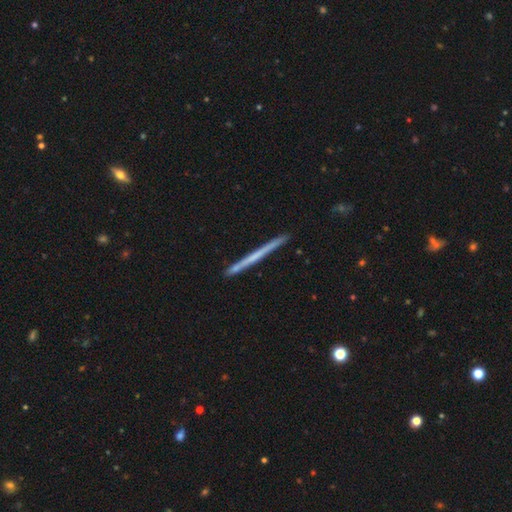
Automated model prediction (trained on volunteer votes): A featured or disk galaxy (51%) viewed edge-on (98%). Merging: none (91%).